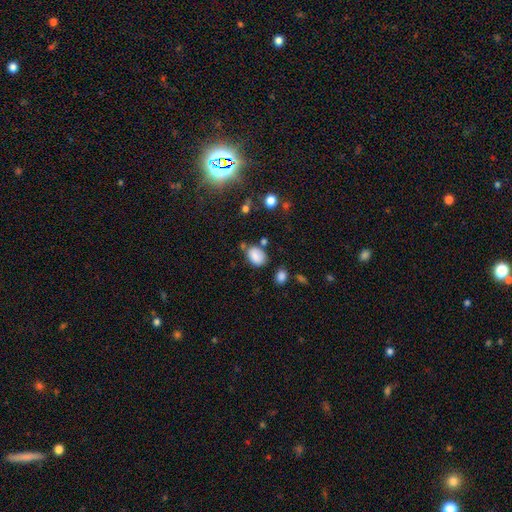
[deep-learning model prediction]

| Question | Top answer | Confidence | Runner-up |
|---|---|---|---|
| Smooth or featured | smooth | 84% | star or artifact (9%) |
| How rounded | in between | 79% | round (20%) |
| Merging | none | 65% | minor disturbance (21%) |